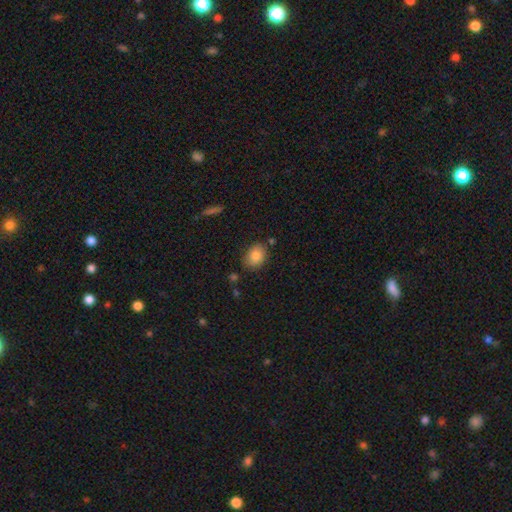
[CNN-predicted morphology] Smooth or featured? Predicted: smooth (p=0.85). How rounded? Predicted: in between (p=0.66). Merging? Predicted: none (p=0.76).